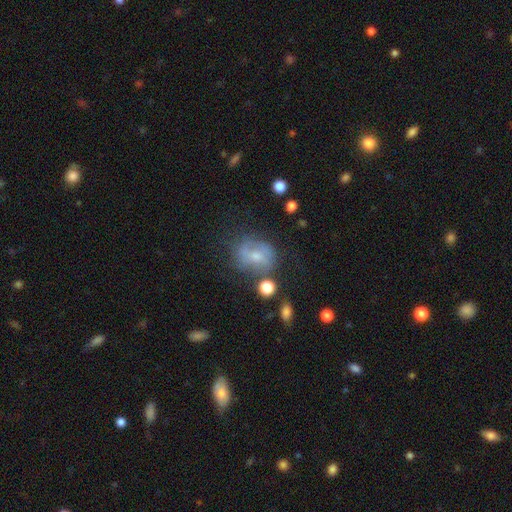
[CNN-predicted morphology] Smooth or featured? Predicted: smooth (p=0.47). Merging? Predicted: none (p=0.52).